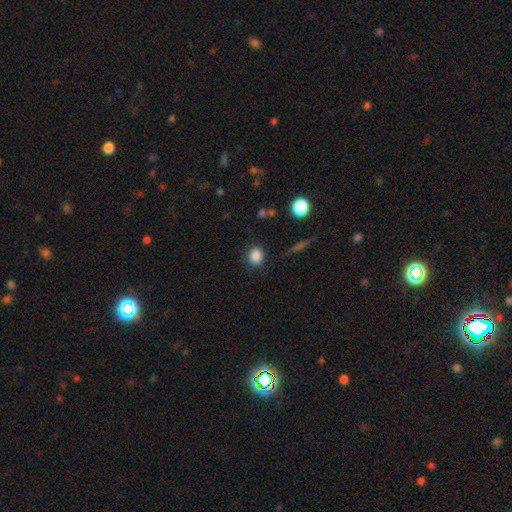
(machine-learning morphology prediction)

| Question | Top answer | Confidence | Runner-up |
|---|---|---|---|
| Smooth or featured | smooth | 85% | star or artifact (11%) |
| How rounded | round | 78% | in between (20%) |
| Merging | none | 87% | minor disturbance (9%) |